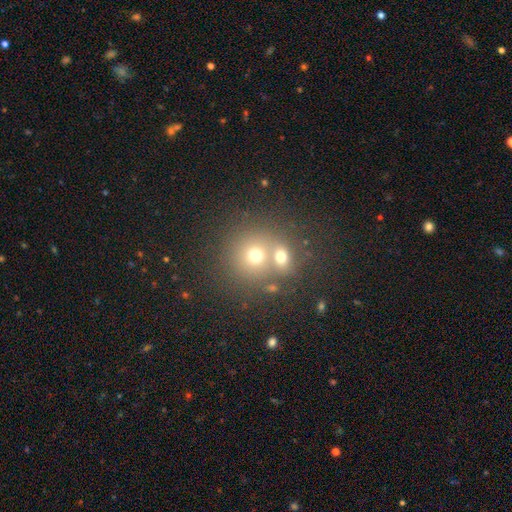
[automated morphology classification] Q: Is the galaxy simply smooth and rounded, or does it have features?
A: smooth — 67%.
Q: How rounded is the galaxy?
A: round — 85%.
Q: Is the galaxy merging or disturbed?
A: merger — 47%.